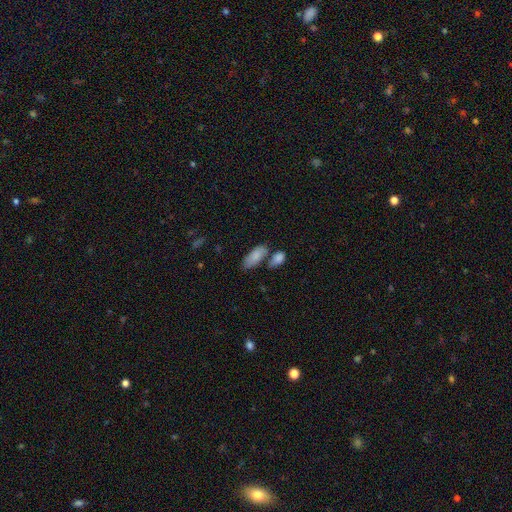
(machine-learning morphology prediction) Overall: smooth (83%). How rounded: in between (86%). Merging: none (49%; merger 30%).